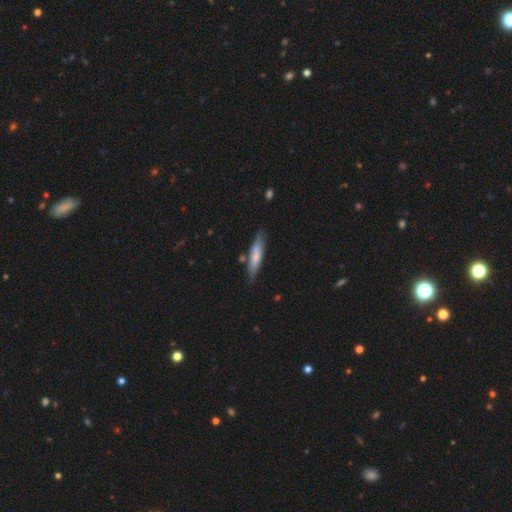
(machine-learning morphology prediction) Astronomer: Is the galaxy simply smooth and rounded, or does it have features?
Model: smooth — 65%.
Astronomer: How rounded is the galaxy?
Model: cigar-shaped — 79%.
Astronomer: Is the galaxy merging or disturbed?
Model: none — 76%.